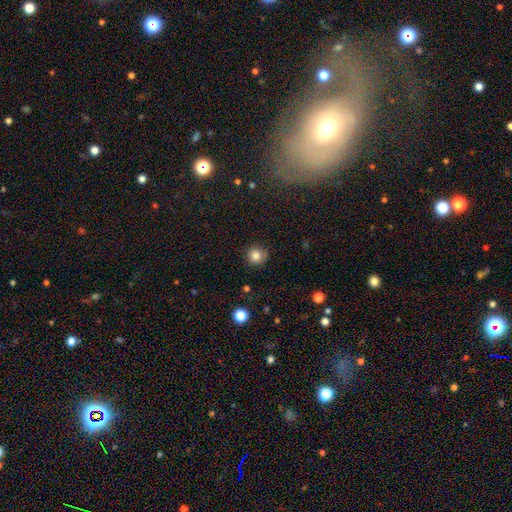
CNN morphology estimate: Smooth or featured: smooth — 83% (star or artifact — 12%)
How rounded: round — 93% (in between — 6%)
Merging: none — 86% (minor disturbance — 10%)